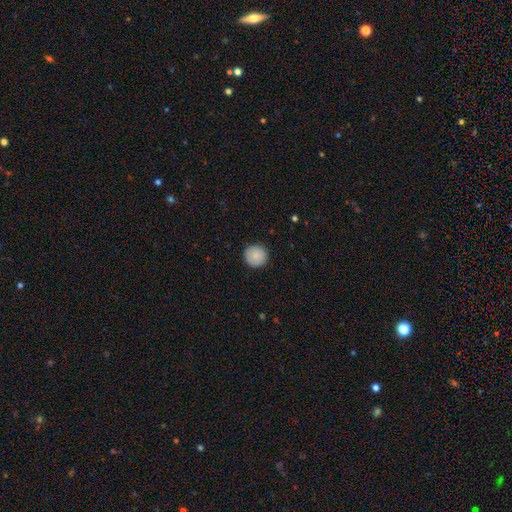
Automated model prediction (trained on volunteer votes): This appears to be a smooth galaxy with no disk features (85%) that is round (94%). Merging: none (91%).